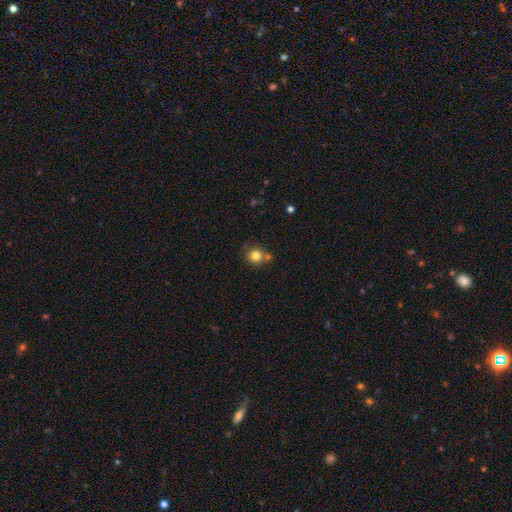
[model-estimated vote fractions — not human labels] Morphology: type=smooth (81%); roundness=round (87%); merging=none (66%).